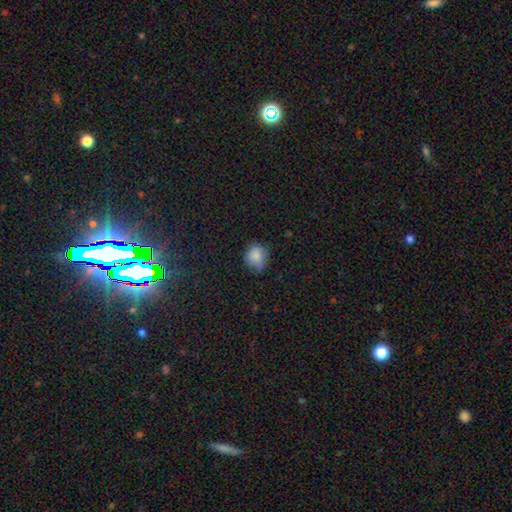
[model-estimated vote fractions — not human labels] The model was most divided on "merging": none: 61%, minor disturbance: 30%, major disturbance: 7%, merger: 1%. More confident: smooth or featured — smooth (82%); how rounded — round (68%).